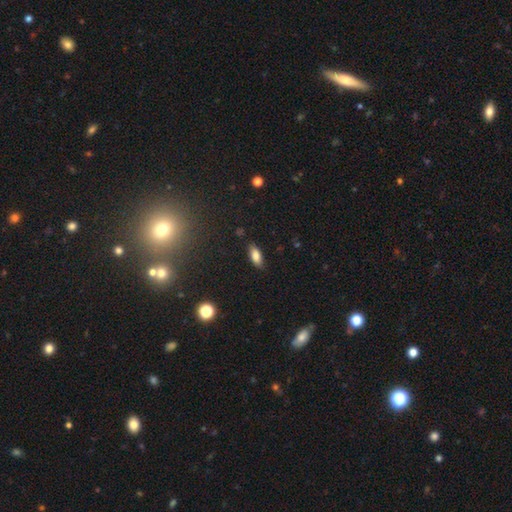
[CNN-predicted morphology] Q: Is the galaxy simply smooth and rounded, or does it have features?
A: smooth — 81%.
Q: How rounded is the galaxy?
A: in between — 85%.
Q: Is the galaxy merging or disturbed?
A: none — 85%.